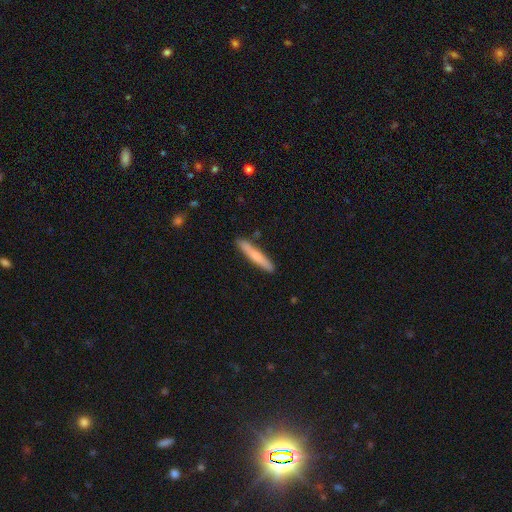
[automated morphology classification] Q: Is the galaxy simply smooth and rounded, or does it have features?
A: smooth — 68%.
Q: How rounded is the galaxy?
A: cigar-shaped — 94%.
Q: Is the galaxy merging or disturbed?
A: none — 87%.